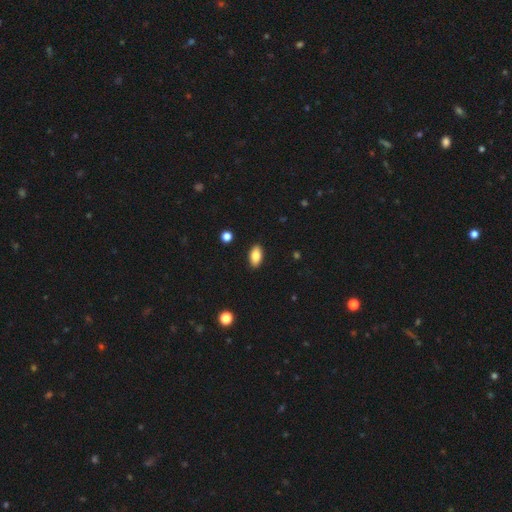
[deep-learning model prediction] Smooth or featured?
  - smooth: 85% *
  - featured or disk: 8%
  - star or artifact: 7%
How rounded?
  - in between: 92% *
  - cigar-shaped: 4%
  - round: 4%
Merging?
  - none: 90% *
  - minor disturbance: 7%
  - major disturbance: 2%
  - merger: 1%